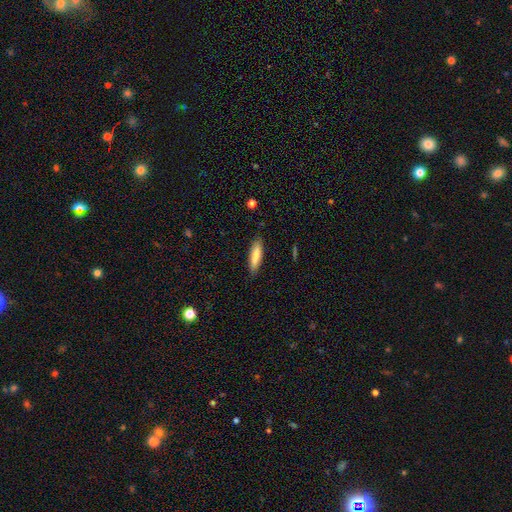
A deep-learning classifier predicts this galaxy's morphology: type=smooth (80%); roundness=cigar-shaped (71%); merging=none (87%).